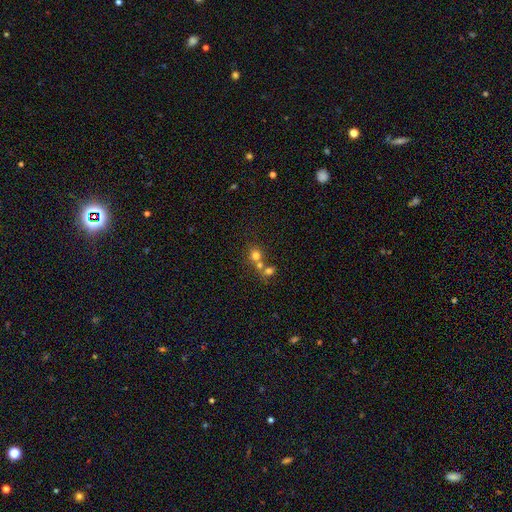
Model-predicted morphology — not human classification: type=smooth (74%); roundness=round (84%); merging=none (46%).